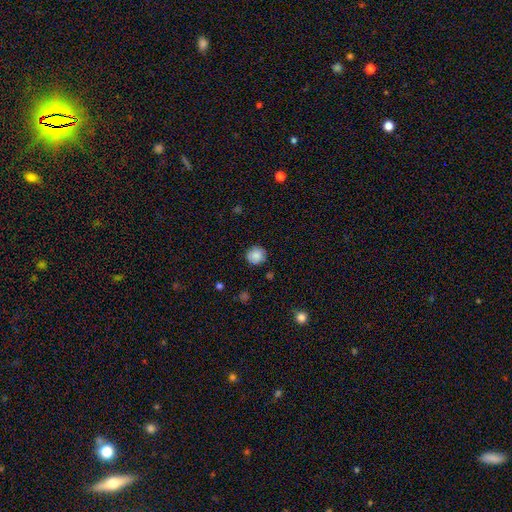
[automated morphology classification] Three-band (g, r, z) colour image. It shows a smooth galaxy with no disk features (86%) that is round (91%). Merging: none (86%).